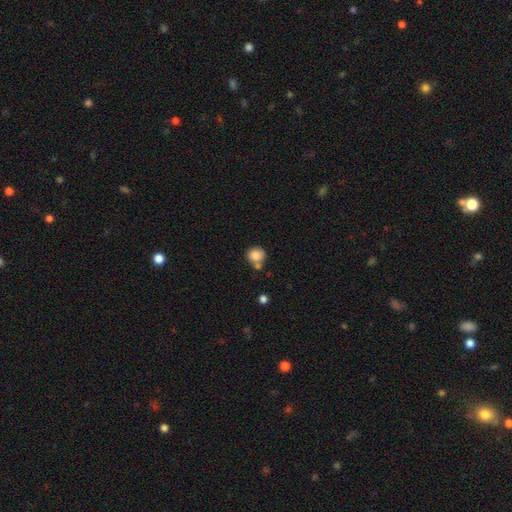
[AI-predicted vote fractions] This appears to be a smooth galaxy with no disk features (83%) that is round (84%). Merging: none (56%).